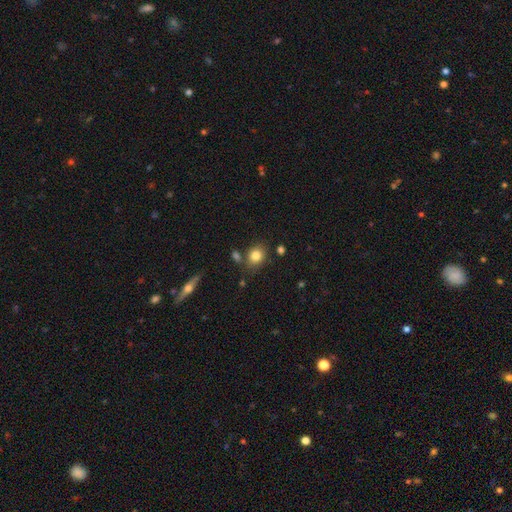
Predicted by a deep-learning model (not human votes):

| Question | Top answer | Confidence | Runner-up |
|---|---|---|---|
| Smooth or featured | smooth | 82% | star or artifact (10%) |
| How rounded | round | 59% | in between (40%) |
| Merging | none | 73% | minor disturbance (14%) |